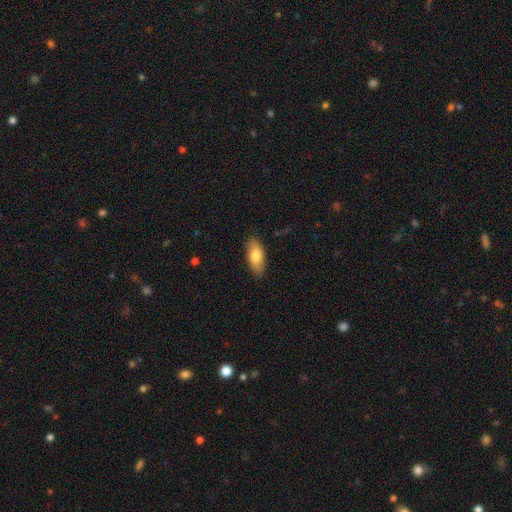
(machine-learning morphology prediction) Overall: smooth (78%). How rounded: in between (85%). Merging: none (88%).